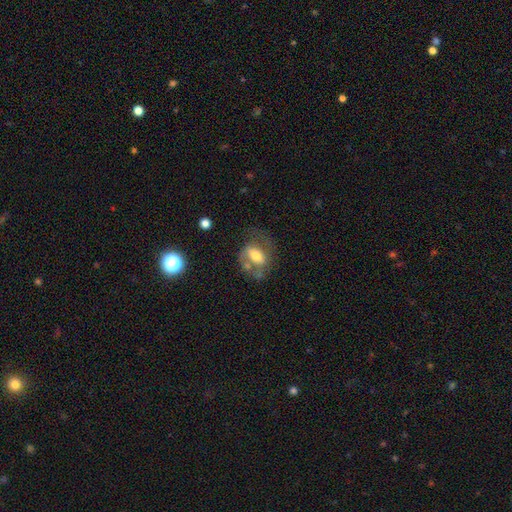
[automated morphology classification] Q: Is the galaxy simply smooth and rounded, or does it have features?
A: featured or disk — 51%.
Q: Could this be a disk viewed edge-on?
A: no — 93%.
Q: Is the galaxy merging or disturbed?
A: none — 44%.